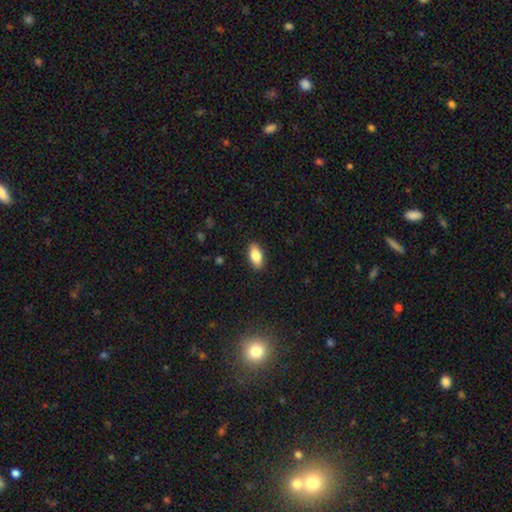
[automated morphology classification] Q: Smooth or featured?
A: smooth (82%); runner-up: featured or disk (11%)
Q: How rounded?
A: in between (89%); runner-up: cigar-shaped (8%)
Q: Merging?
A: none (89%); runner-up: minor disturbance (8%)